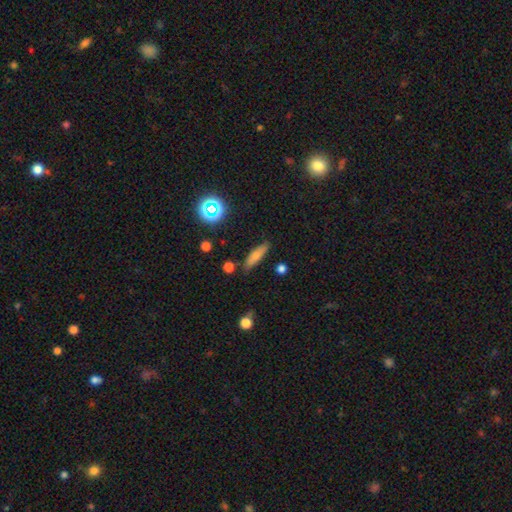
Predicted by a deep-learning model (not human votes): Smooth or featured? smooth (69%)
How rounded? cigar-shaped (64%)
Merging? none (81%)